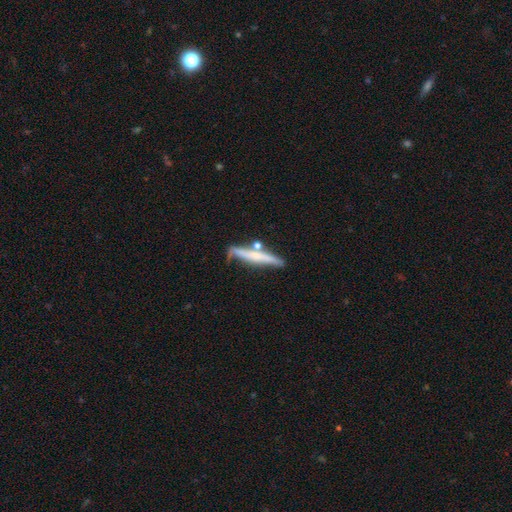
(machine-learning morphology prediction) A featured or disk galaxy (50%). Merging: none (63%).